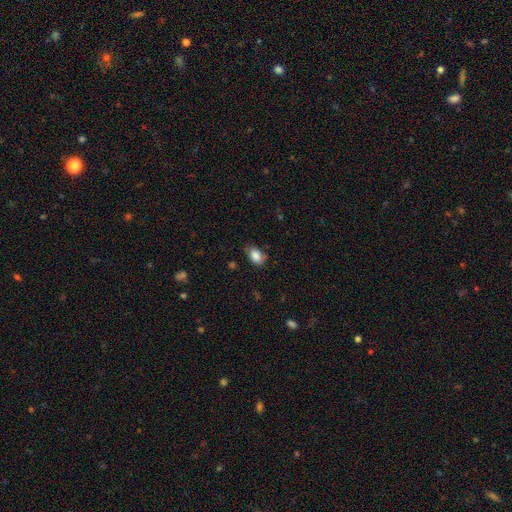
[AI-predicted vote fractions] The model was most divided on "merging": none: 63%, minor disturbance: 28%, major disturbance: 7%, merger: 3%. More confident: smooth or featured — smooth (85%); how rounded — in between (79%).